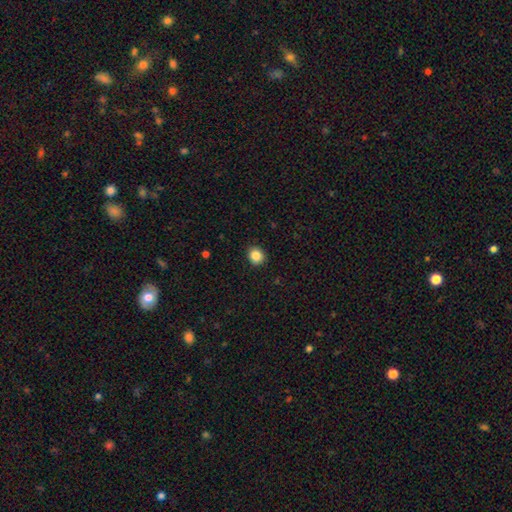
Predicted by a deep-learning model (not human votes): This appears to be a smooth galaxy with no disk features (86%) that is round (78%). Merging: none (91%).